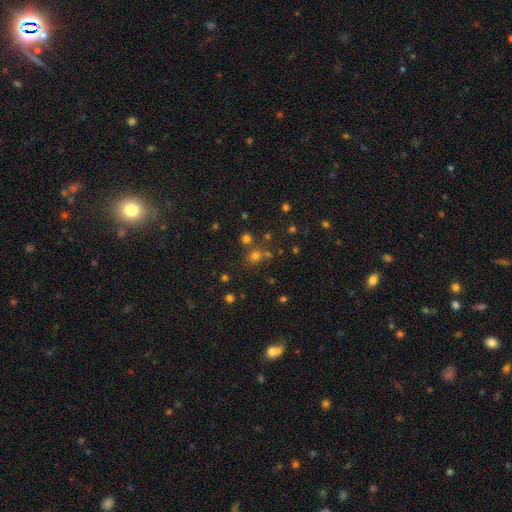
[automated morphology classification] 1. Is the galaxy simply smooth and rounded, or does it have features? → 59% smooth, 32% star or artifact, 9% featured or disk.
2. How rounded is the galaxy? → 83% round, 16% in between, 1% cigar-shaped.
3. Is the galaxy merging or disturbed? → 66% none, 20% merger, 10% minor disturbance, 4% major disturbance.